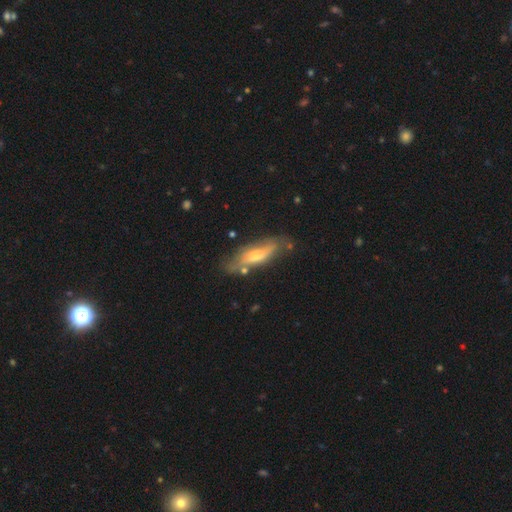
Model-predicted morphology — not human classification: This appears to be a smooth galaxy with no disk features (50%) that is cigar-shaped (57%). Merging: none (60%).